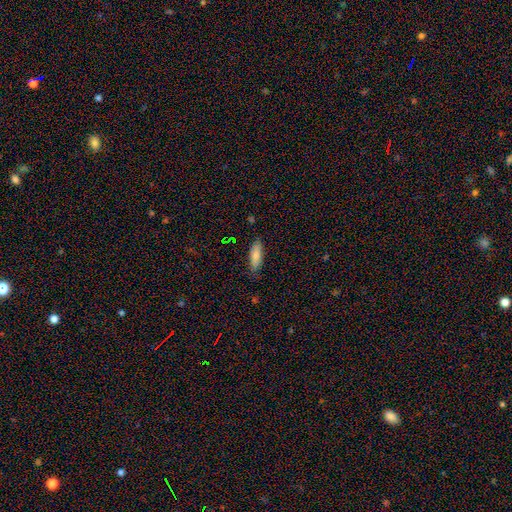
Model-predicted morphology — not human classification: Smooth or featured? Predicted: smooth (p=0.82). How rounded? Predicted: in between (p=0.56). Merging? Predicted: none (p=0.81).